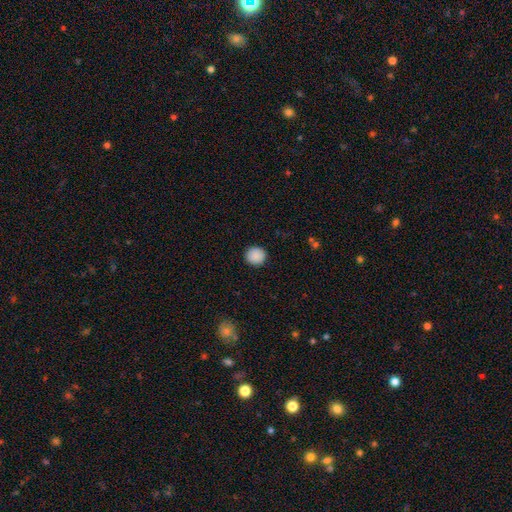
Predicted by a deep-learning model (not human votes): Q: Smooth or featured?
A: smooth (90%); runner-up: star or artifact (8%)
Q: How rounded?
A: round (92%); runner-up: in between (7%)
Q: Merging?
A: none (91%); runner-up: minor disturbance (6%)